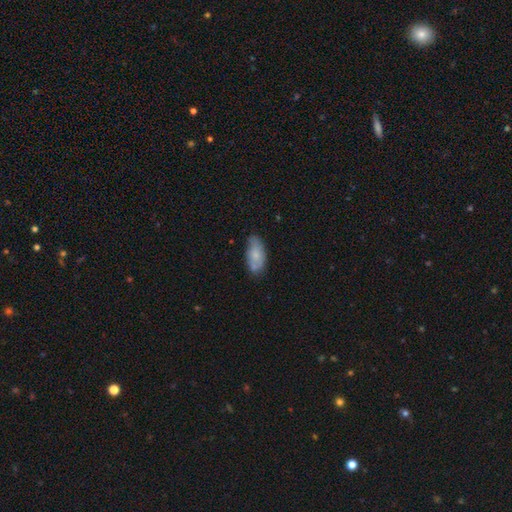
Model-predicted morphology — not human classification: Smooth or featured: smooth — 71% (featured or disk — 23%)
How rounded: in between — 89% (cigar-shaped — 9%)
Merging: none — 67% (minor disturbance — 24%)